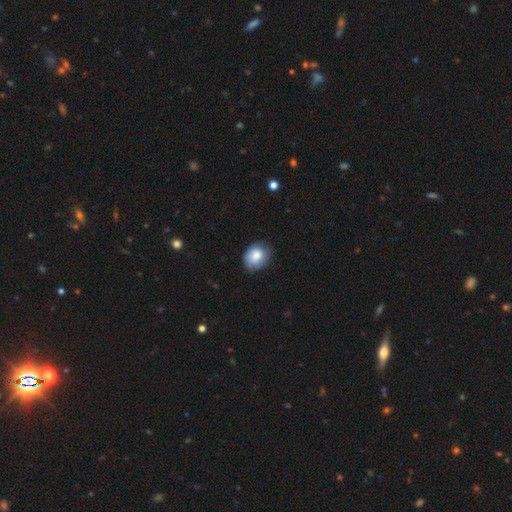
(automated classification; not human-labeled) Overall: smooth (81%). How rounded: in between (50%; round 49%). Merging: none (70%).